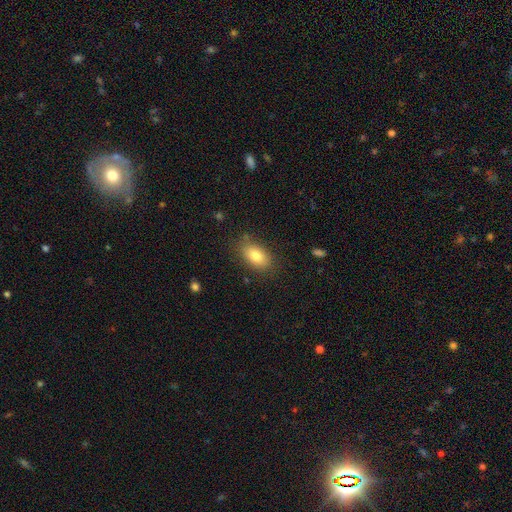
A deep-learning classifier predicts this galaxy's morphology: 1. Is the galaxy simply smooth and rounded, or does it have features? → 80% smooth, 12% featured or disk, 8% star or artifact.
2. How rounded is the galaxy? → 90% in between, 7% round, 3% cigar-shaped.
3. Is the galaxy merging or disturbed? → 82% none, 13% minor disturbance, 4% major disturbance, 2% merger.